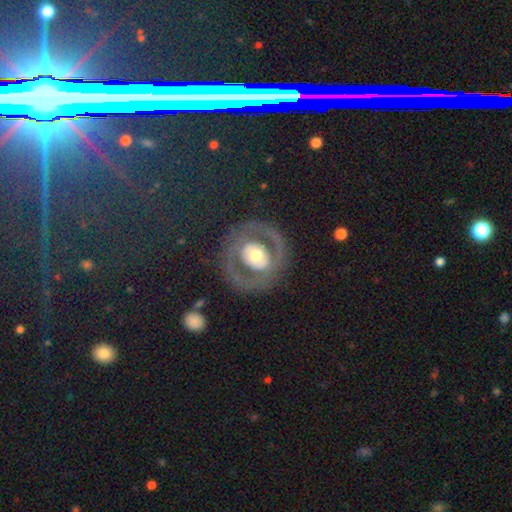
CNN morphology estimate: A featured or disk galaxy (72%) with no bar (62%), spiral arms (51%) and a moderate central bulge (59%).

Vote fractions:
- Smooth or featured? featured or disk: 72% / smooth: 23% / star or artifact: 6%
- Edge-on disk? no: 96% / yes: 4%
- Bar? no: 62% / weak: 24% / strong: 14%
- Spiral arms? yes: 51% / no: 49%
- Bulge size? moderate: 59% / large: 29% / small: 8% / dominant: 3% / none: 1%
- Merging? none: 73% / major disturbance: 13% / minor disturbance: 12% / merger: 2%